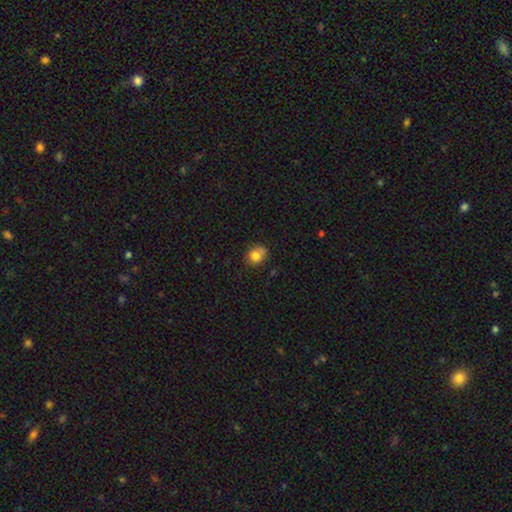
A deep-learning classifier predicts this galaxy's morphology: This appears to be a smooth galaxy with no disk features (80%) that is round (69%). Merging: none (64%).